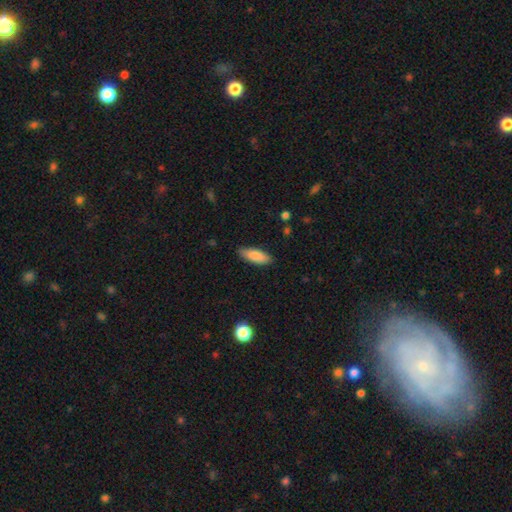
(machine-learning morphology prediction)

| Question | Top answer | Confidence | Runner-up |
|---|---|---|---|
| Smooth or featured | smooth | 87% | featured or disk (7%) |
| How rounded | in between | 71% | cigar-shaped (28%) |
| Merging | none | 85% | minor disturbance (12%) |